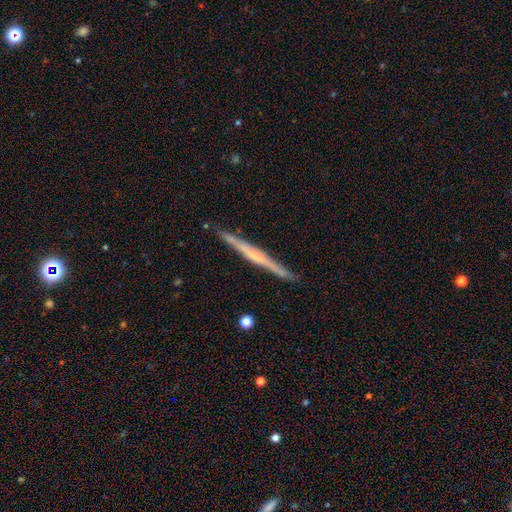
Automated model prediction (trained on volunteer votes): Q: Smooth or featured?
A: featured or disk (72%); runner-up: smooth (23%)
Q: Edge-on disk?
A: yes (97%); runner-up: no (3%)
Q: Edge-on bulge?
A: none (47%); runner-up: rounded (42%)
Q: Merging?
A: none (88%); runner-up: minor disturbance (9%)